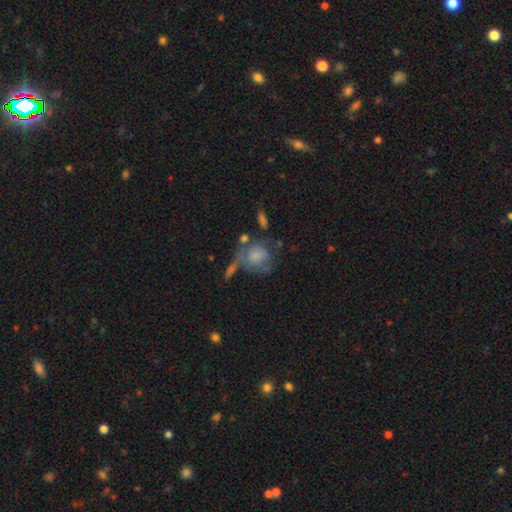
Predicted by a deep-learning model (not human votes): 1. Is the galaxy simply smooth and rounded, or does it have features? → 54% smooth, 37% featured or disk, 9% star or artifact.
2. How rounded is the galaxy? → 61% round, 37% in between, 2% cigar-shaped.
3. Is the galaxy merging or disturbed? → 33% none, 27% major disturbance, 22% minor disturbance, 17% merger.